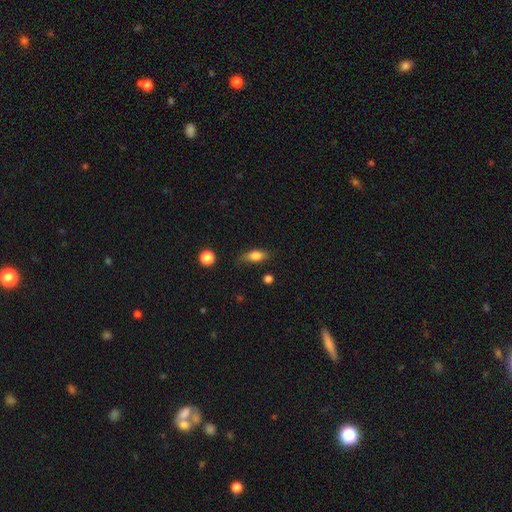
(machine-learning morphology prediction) Smooth or featured? Predicted: smooth (p=0.78). How rounded? Predicted: in between (p=0.75). Merging? Predicted: none (p=0.68).